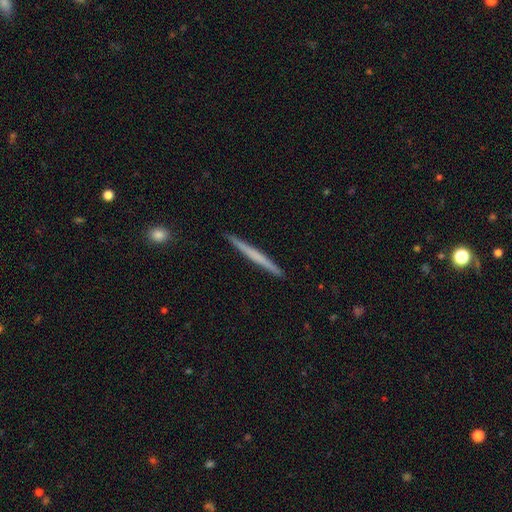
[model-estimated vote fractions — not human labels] Smooth or featured? Predicted: smooth (p=0.49). Merging? Predicted: none (p=0.92).